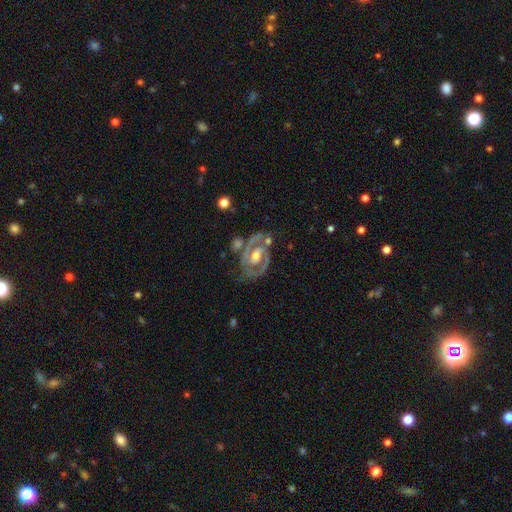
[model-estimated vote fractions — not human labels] A featured or disk galaxy (89%) with a weak bar (41%), 2 (85%) tight (52%) spiral arms (94%) and a moderate central bulge (61%).

Vote fractions:
- Smooth or featured? featured or disk: 89% / smooth: 6% / star or artifact: 5%
- Edge-on disk? no: 97% / yes: 3%
- Bar? weak: 41% / no: 38% / strong: 21%
- Spiral arms? yes: 94% / no: 6%
- Spiral winding? tight: 52% / medium: 41% / loose: 8%
- Spiral arm count? 2: 85% / can't tell: 5% / 1: 4% / 3: 4% / 4: 1% / more than 4: 1%
- Bulge size? moderate: 61% / small: 30% / large: 6% / none: 2% / dominant: 1%
- Merging? none: 63% / minor disturbance: 19% / major disturbance: 10% / merger: 9%